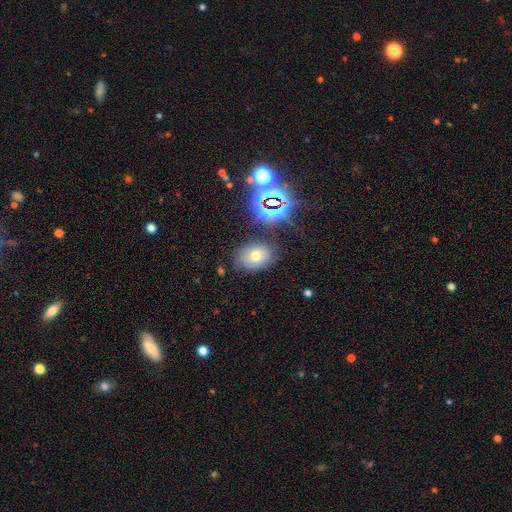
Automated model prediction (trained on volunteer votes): Smooth or featured? Predicted: smooth (p=0.61). How rounded? Predicted: in between (p=0.72). Merging? Predicted: none (p=0.79).